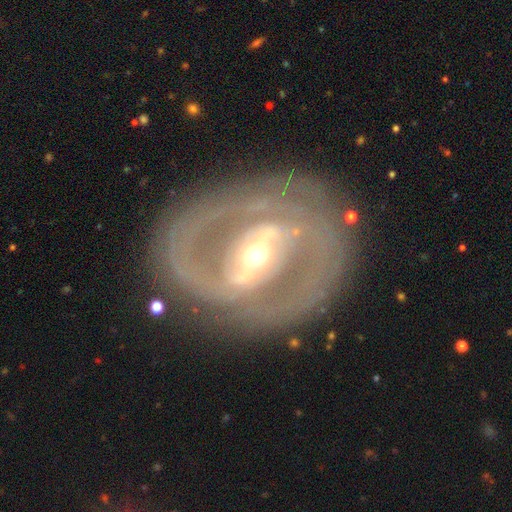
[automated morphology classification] smooth_or_featured: featured or disk (p=0.86) [alt: smooth p=0.09]
disk_edge_on: no (p=0.93) [alt: yes p=0.07]
bar: strong (p=0.60) [alt: weak p=0.28]
has_spiral_arms: yes (p=0.77) [alt: no p=0.23]
spiral_winding: tight (p=0.51) [alt: medium p=0.36]
spiral_arm_count: 2 (p=0.69) [alt: can't tell p=0.17]
bulge_size: moderate (p=0.58) [alt: small p=0.33]
merging: none (p=0.78) [alt: minor disturbance p=0.13]